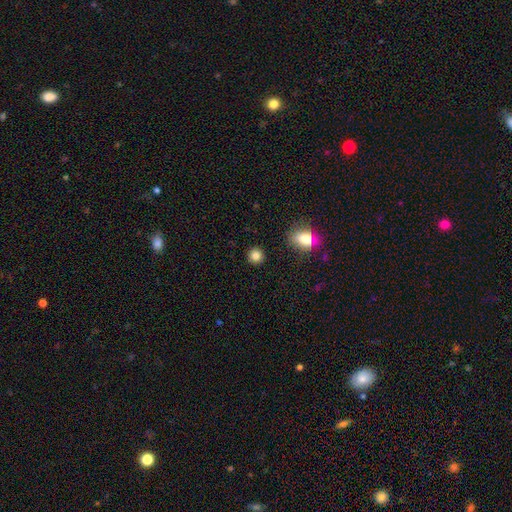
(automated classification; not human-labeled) smooth-or-featured: smooth: 83% | star or artifact: 12% | featured or disk: 6%
  how-rounded: round: 92% | in between: 7% | cigar-shaped: 1%
  merging: none: 91% | minor disturbance: 5% | major disturbance: 2% | merger: 2%